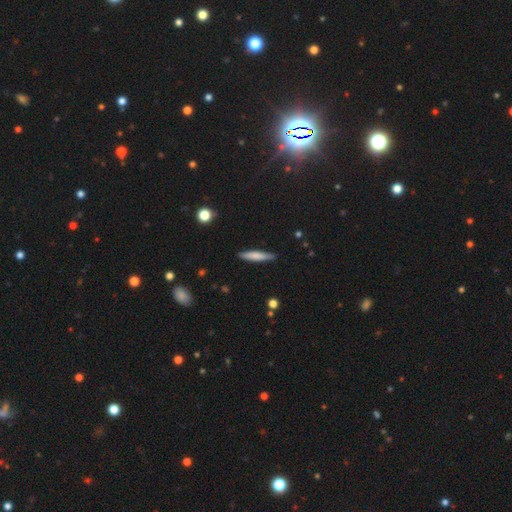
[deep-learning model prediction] smooth-or-featured: smooth: 70% | featured or disk: 24% | star or artifact: 6%
  how-rounded: cigar-shaped: 90% | in between: 8% | round: 1%
  merging: none: 88% | minor disturbance: 9% | major disturbance: 2% | merger: 1%